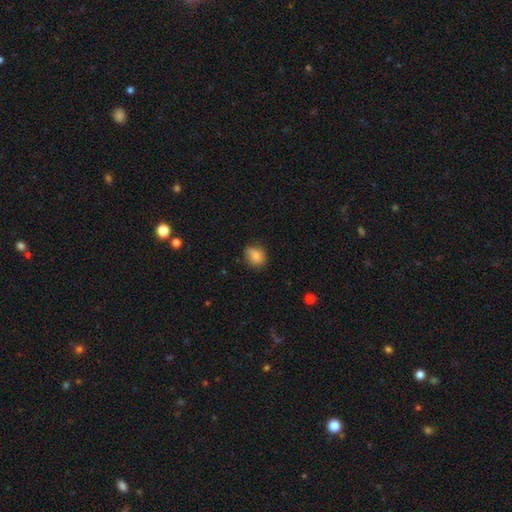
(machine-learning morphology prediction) Q: Smooth or featured?
A: smooth (83%); runner-up: star or artifact (9%)
Q: How rounded?
A: round (64%); runner-up: in between (35%)
Q: Merging?
A: none (71%); runner-up: minor disturbance (24%)